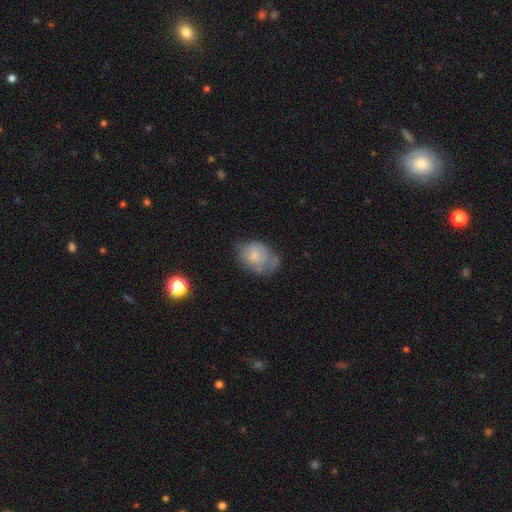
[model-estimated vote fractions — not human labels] This is likely a smooth galaxy (62%). How rounded: likely in between (72%). Merging: marginally none (42%).